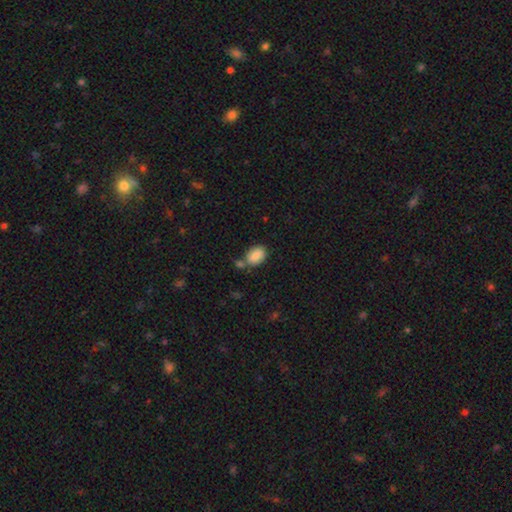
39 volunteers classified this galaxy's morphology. Smooth or featured? smooth (87%)
How rounded? in between (88%)
Merging? none (53%)